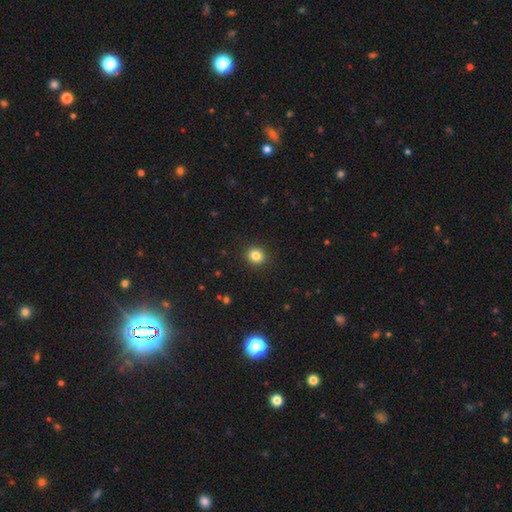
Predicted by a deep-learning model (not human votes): This appears to be a smooth galaxy with no disk features (83%) that is round (85%). Merging: none (92%).